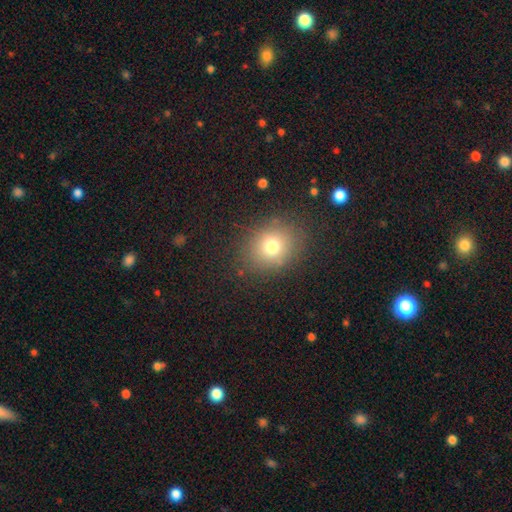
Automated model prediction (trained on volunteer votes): This is likely a smooth galaxy (68%). How rounded: likely round (71%). Merging: clearly none (89%).